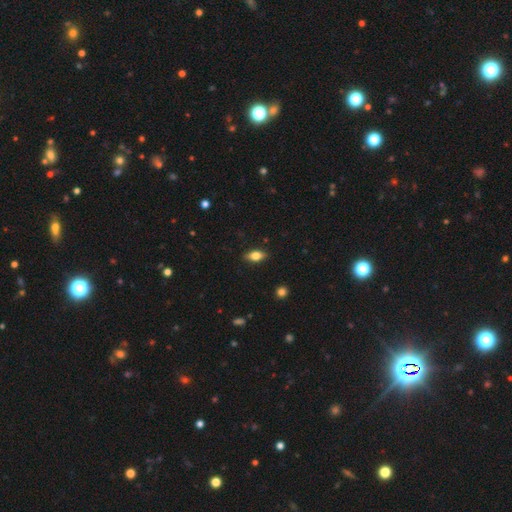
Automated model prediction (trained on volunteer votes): Smooth or featured? Predicted: smooth (p=0.73). How rounded? Predicted: in between (p=0.85). Merging? Predicted: none (p=0.86).